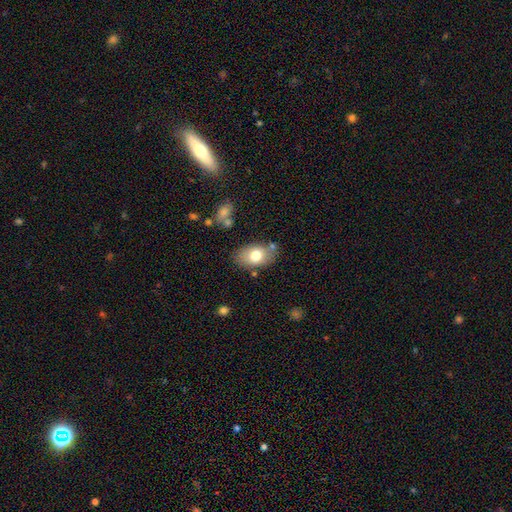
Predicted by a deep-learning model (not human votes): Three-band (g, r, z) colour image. It shows a smooth galaxy with no disk features (75%) that is in between round and cigar-shaped (87%). Merging: none (76%).